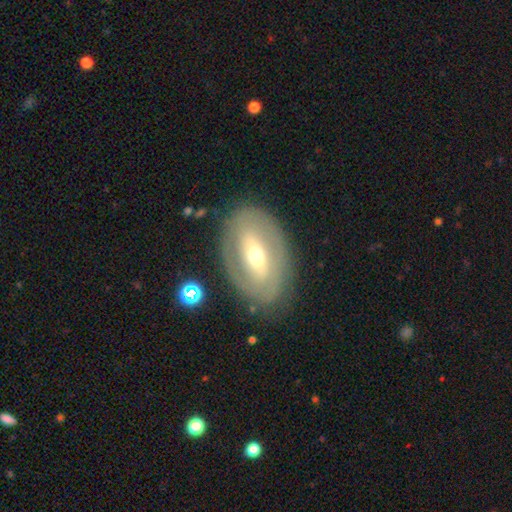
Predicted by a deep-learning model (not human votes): Smooth or featured? Predicted: featured or disk (p=0.72). Edge-on disk? Predicted: no (p=0.92). Bar? Predicted: strong (p=0.38). Spiral arms? Predicted: yes (p=0.54). Bulge size? Predicted: moderate (p=0.57). Merging? Predicted: none (p=0.80).